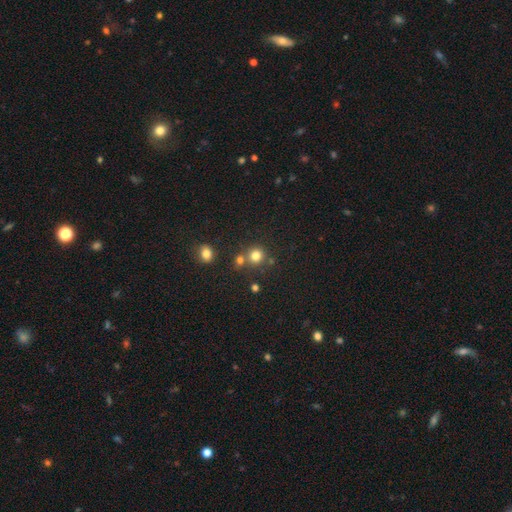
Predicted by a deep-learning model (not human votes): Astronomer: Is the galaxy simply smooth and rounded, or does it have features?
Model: smooth — 78%.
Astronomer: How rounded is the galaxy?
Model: round — 91%.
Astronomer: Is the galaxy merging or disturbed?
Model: none — 69%.